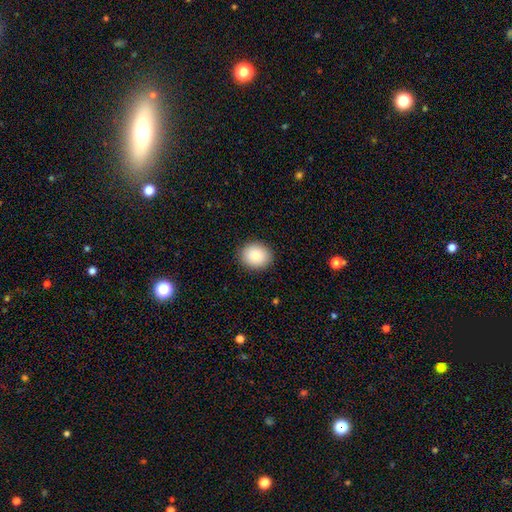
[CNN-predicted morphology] smooth-or-featured: smooth: 84% | star or artifact: 8% | featured or disk: 7%
  how-rounded: round: 68% | in between: 31% | cigar-shaped: 1%
  merging: none: 90% | minor disturbance: 7% | major disturbance: 2% | merger: 1%